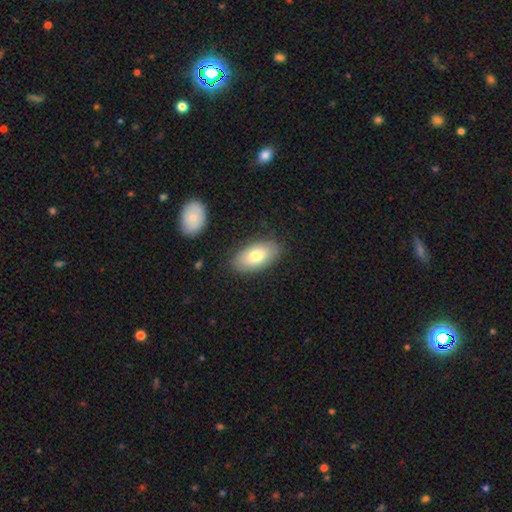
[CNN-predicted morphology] A smooth galaxy with no disk features (75%) that is in between round and cigar-shaped (94%).

Vote fractions:
- Smooth or featured? smooth: 75% / featured or disk: 18% / star or artifact: 6%
- How rounded? in between: 94% / round: 3% / cigar-shaped: 3%
- Merging? none: 85% / minor disturbance: 11% / major disturbance: 3% / merger: 2%